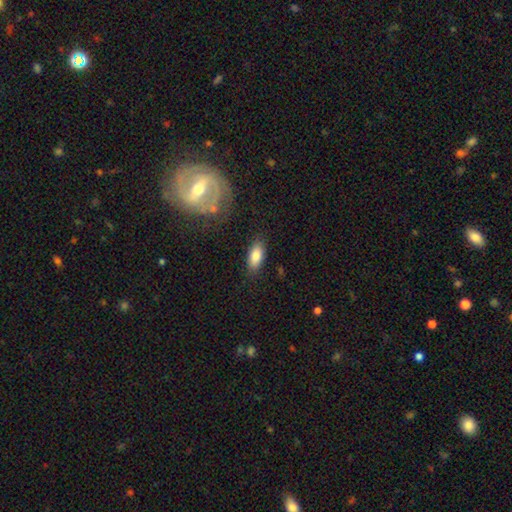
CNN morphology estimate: type=smooth (83%); roundness=in between (86%); merging=none (83%).